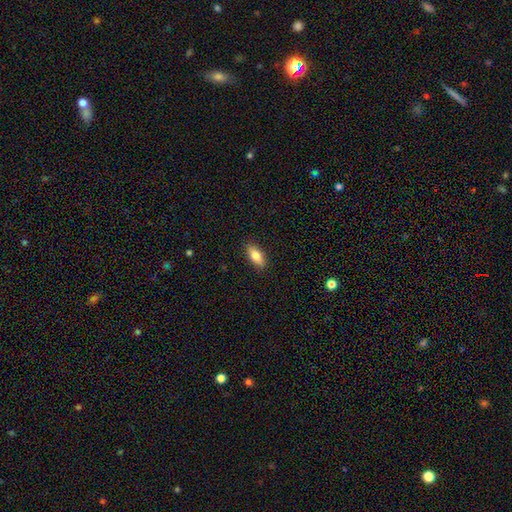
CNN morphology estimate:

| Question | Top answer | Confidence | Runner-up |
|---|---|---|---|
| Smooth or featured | smooth | 79% | featured or disk (14%) |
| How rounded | in between | 80% | cigar-shaped (17%) |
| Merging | none | 89% | minor disturbance (9%) |